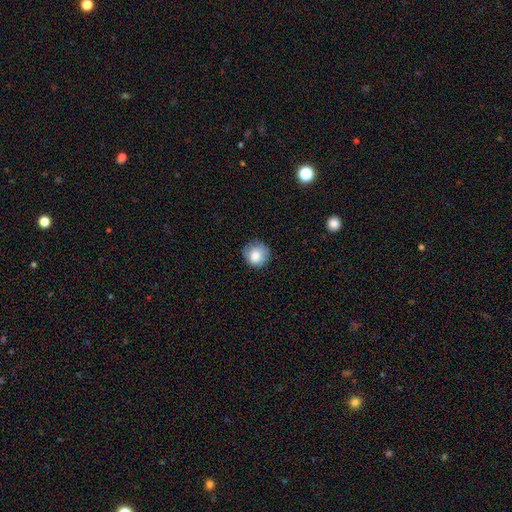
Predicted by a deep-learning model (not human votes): A smooth galaxy with no disk features (82%) that is round (91%). Merging: none (78%).